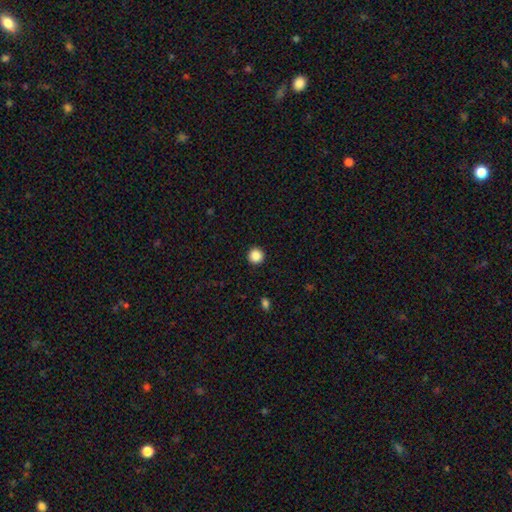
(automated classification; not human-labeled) smooth_or_featured: smooth (p=0.87) [alt: star or artifact p=0.10]
how_rounded: round (p=0.96) [alt: in between p=0.03]
merging: none (p=0.93) [alt: minor disturbance p=0.04]